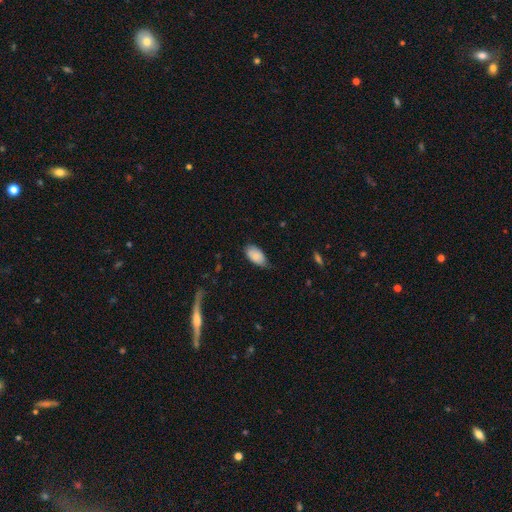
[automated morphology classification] smooth-or-featured: smooth: 84% | featured or disk: 9% | star or artifact: 7%
  how-rounded: in between: 94% | round: 3% | cigar-shaped: 3%
  merging: none: 62% | minor disturbance: 32% | major disturbance: 5% | merger: 1%